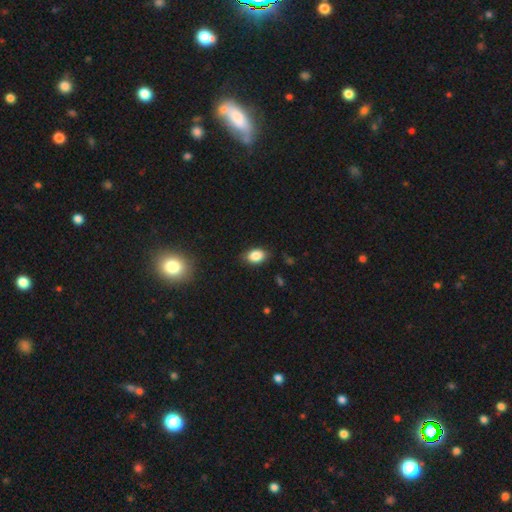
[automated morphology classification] This appears to be a smooth galaxy with no disk features (85%) that is in between round and cigar-shaped (85%). Merging: none (83%).